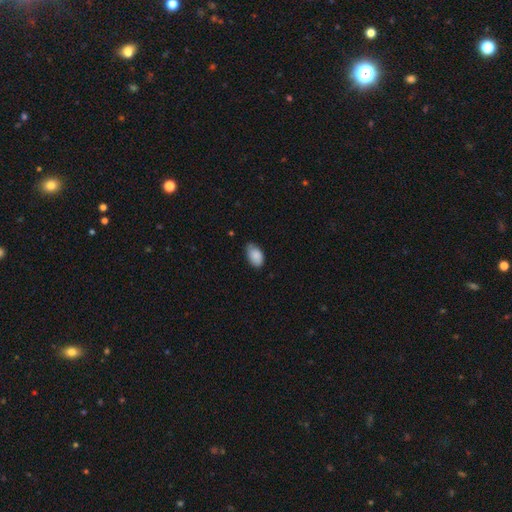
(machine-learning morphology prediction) A smooth galaxy with no disk features (86%) that is in between round and cigar-shaped (92%). Merging: none (62%).